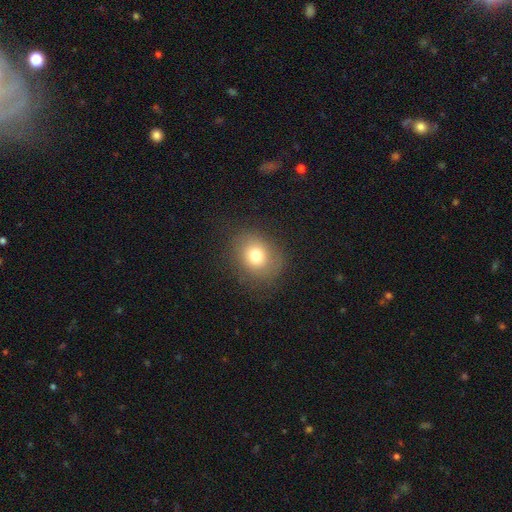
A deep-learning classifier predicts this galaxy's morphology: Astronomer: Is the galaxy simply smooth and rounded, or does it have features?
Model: smooth — 74%.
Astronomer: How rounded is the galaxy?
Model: round — 59% (runner-up: in between, 40%).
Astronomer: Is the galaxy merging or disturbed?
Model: none — 80%.